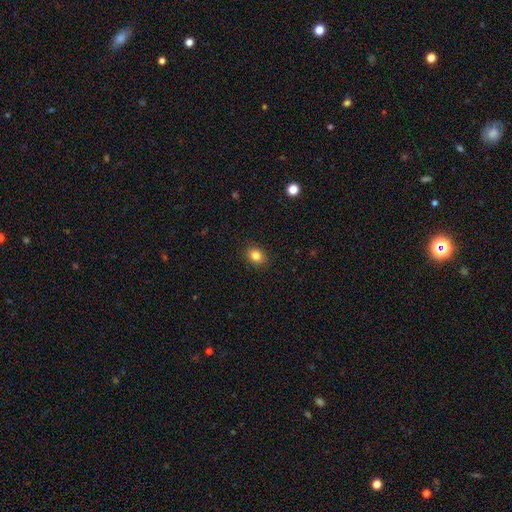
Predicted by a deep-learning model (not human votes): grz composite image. It shows a smooth galaxy with no disk features (83%) that is round (50%). Merging: none (89%).